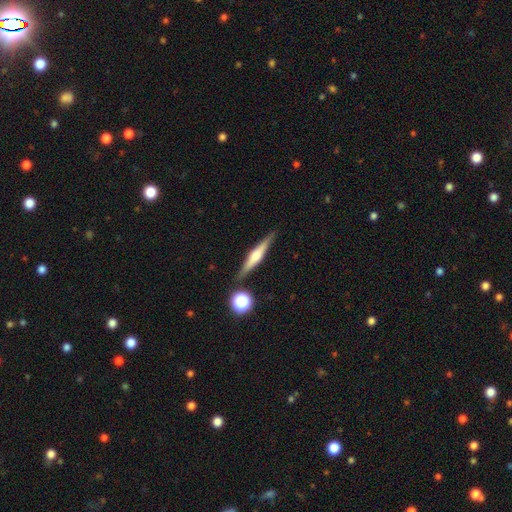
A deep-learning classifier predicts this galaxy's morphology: Q: Smooth or featured?
A: featured or disk (65%); runner-up: smooth (28%)
Q: Edge-on disk?
A: yes (97%); runner-up: no (3%)
Q: Edge-on bulge?
A: rounded (83%); runner-up: boxy (11%)
Q: Merging?
A: none (87%); runner-up: minor disturbance (8%)